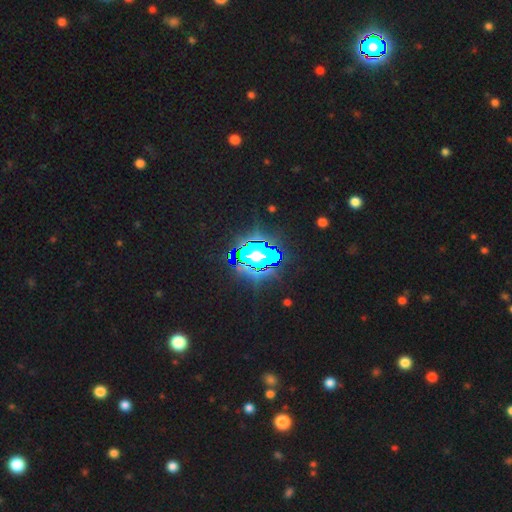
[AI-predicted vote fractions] The model was most divided on "smooth or featured": star or artifact: 57%, featured or disk: 22%, smooth: 21%.